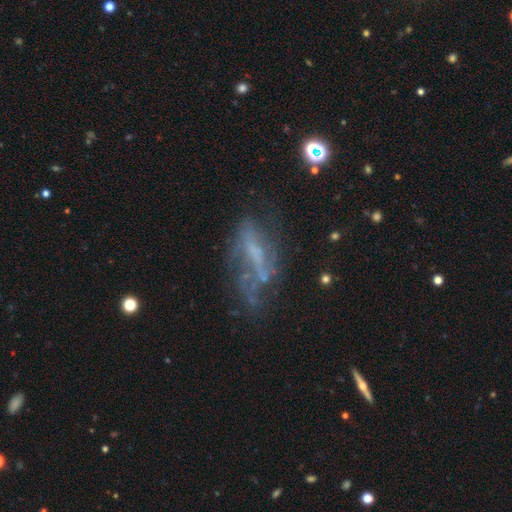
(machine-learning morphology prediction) This appears to be a featured or disk galaxy (58%). Merging: none (39%).